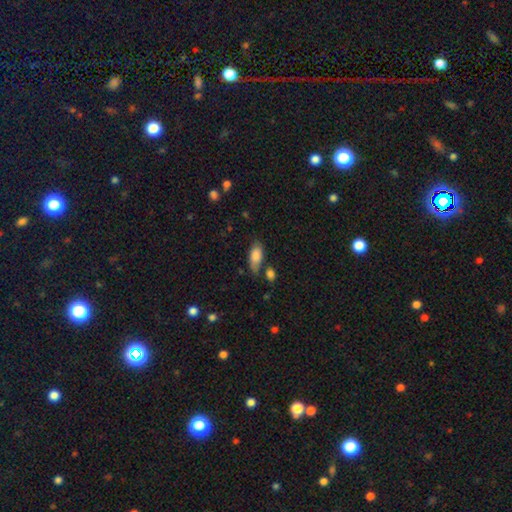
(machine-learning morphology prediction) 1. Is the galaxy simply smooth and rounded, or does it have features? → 84% smooth, 9% featured or disk, 7% star or artifact.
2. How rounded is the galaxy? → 87% in between, 10% cigar-shaped, 3% round.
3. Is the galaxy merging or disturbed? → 64% none, 21% minor disturbance, 10% merger, 6% major disturbance.